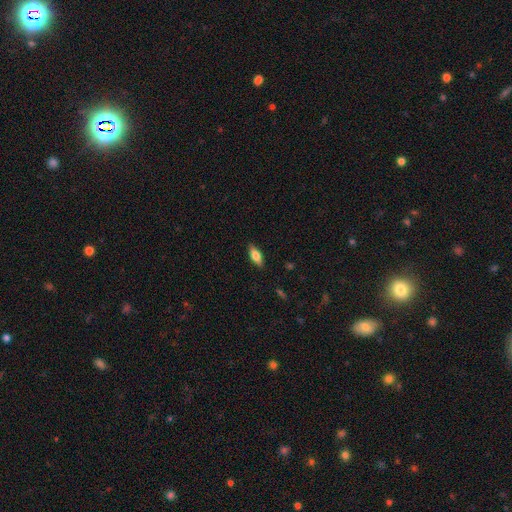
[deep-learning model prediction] smooth 69%, featured or disk 25%, star or artifact 7%. Down the decision tree: how rounded — in between (74%); merging — none (87%).